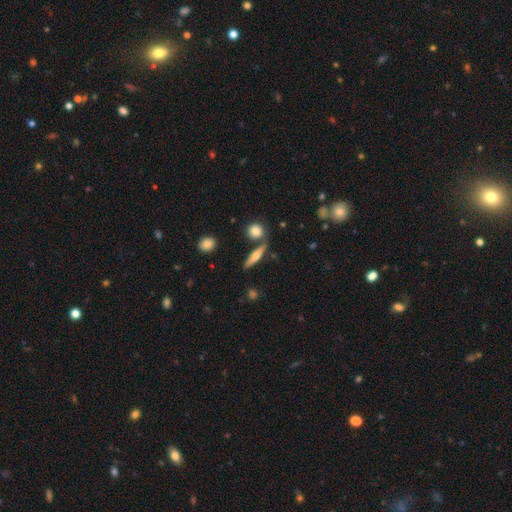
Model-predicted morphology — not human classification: A smooth galaxy with no disk features (49%).

Vote fractions:
- Smooth or featured? smooth: 49% / featured or disk: 44% / star or artifact: 7%
- Merging? none: 75% / merger: 11% / minor disturbance: 10% / major disturbance: 3%